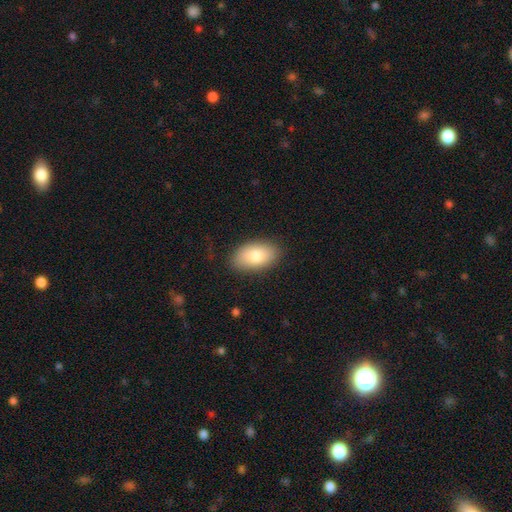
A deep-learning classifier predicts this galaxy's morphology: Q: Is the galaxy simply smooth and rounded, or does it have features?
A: smooth — 81%.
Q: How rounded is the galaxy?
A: in between — 93%.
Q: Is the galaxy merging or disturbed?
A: none — 86%.